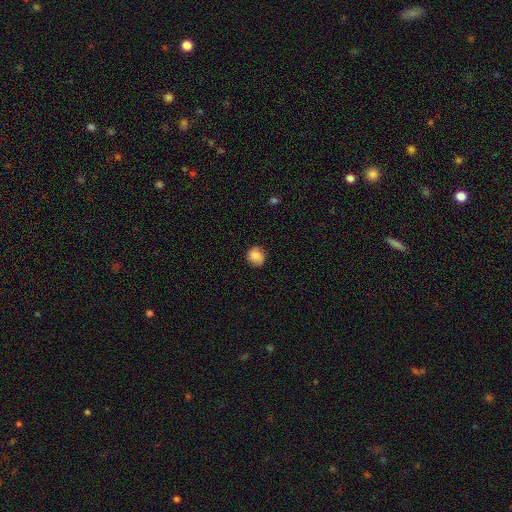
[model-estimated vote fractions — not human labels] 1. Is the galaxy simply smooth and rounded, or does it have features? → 83% smooth, 9% featured or disk, 8% star or artifact.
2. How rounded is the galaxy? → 85% round, 14% in between, 1% cigar-shaped.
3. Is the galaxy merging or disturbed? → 82% none, 14% minor disturbance, 3% major disturbance, 1% merger.